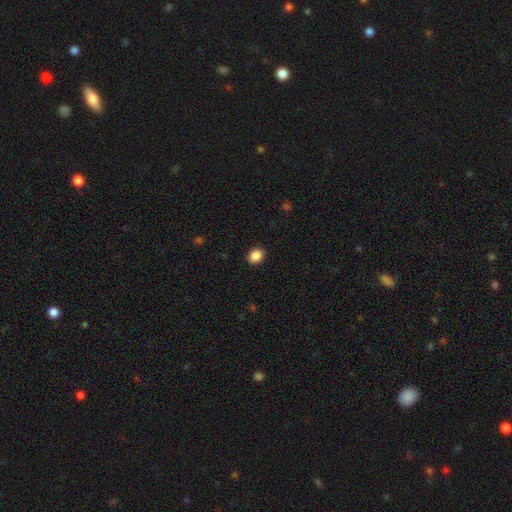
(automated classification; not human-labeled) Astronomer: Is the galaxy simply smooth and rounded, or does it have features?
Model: smooth — 88%.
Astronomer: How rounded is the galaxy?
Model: round — 53% (runner-up: in between, 46%).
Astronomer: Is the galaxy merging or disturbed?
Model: none — 91%.